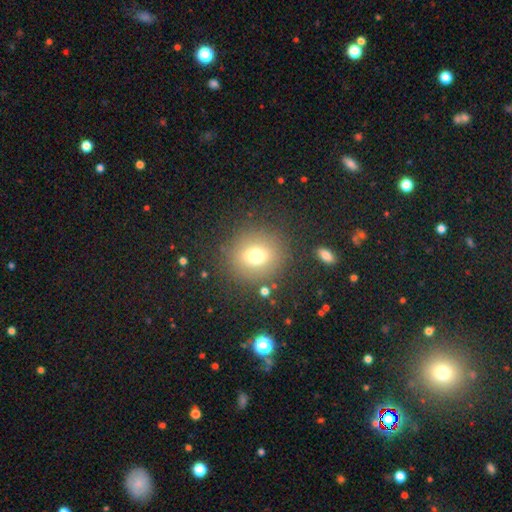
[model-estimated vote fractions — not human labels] smooth_or_featured: smooth (p=0.72) [alt: star or artifact p=0.15]
how_rounded: round (p=0.83) [alt: in between p=0.16]
merging: none (p=0.84) [alt: minor disturbance p=0.09]